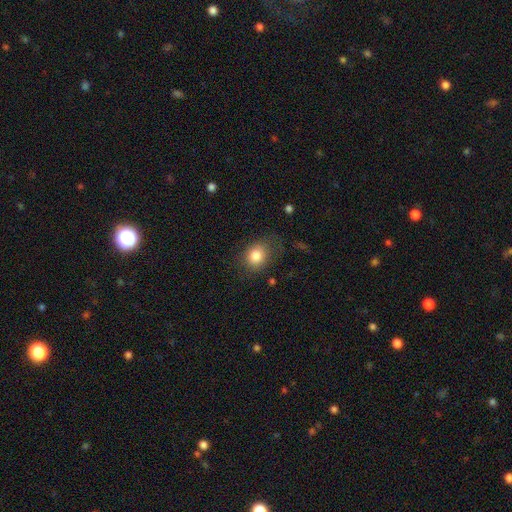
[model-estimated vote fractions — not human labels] Smooth or featured: smooth — 82% (star or artifact — 10%)
How rounded: round — 59% (in between — 40%)
Merging: none — 70% (minor disturbance — 20%)